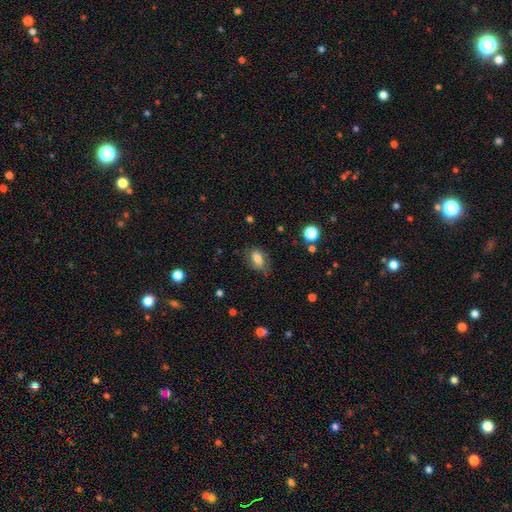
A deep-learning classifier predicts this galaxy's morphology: type=smooth (63%); roundness=in between (80%); merging=none (69%).